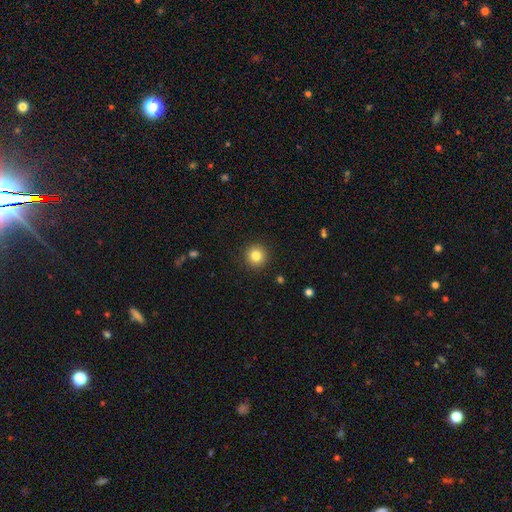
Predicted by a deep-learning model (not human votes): The model was most divided on "smooth or featured": smooth: 83%, star or artifact: 11%, featured or disk: 7%. More confident: how rounded — round (95%); merging — none (92%).